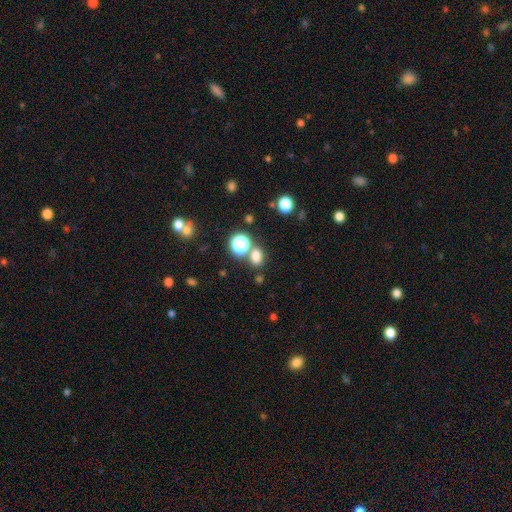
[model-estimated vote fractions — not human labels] Smooth or featured? smooth (74%)
How rounded? in between (55%)
Merging? none (68%)